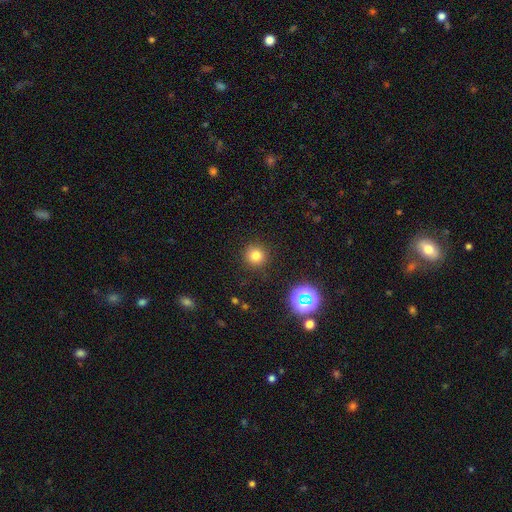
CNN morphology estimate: Smooth or featured? smooth (77%)
How rounded? round (94%)
Merging? none (90%)